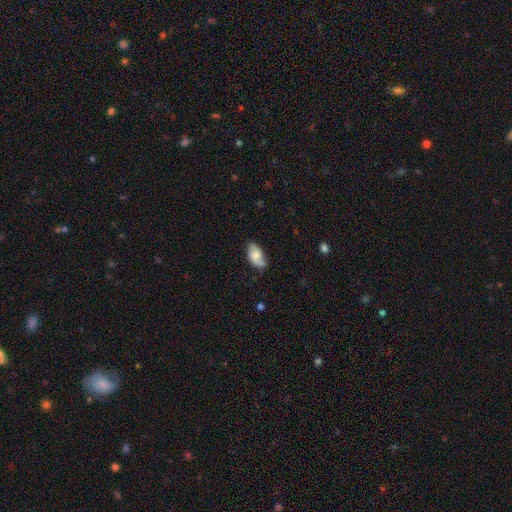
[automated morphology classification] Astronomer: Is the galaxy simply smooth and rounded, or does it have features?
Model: smooth — 65%.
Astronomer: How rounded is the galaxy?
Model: in between — 93%.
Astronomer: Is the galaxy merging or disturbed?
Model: none — 55% (runner-up: minor disturbance, 33%).